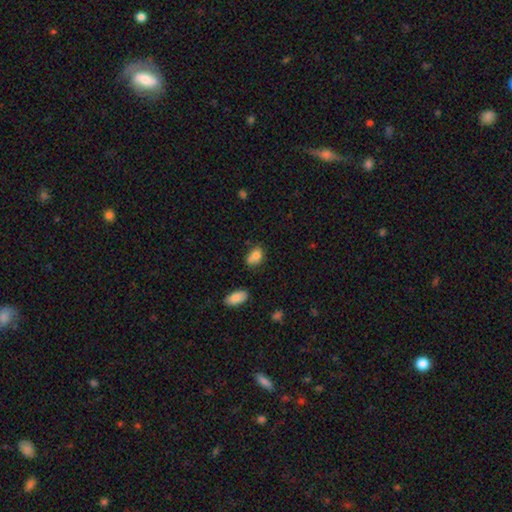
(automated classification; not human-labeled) A smooth galaxy with no disk features (80%) that is in between round and cigar-shaped (77%).

Vote fractions:
- Smooth or featured? smooth: 80% / featured or disk: 10% / star or artifact: 10%
- How rounded? in between: 77% / round: 21% / cigar-shaped: 2%
- Merging? none: 49% / minor disturbance: 27% / merger: 16% / major disturbance: 8%